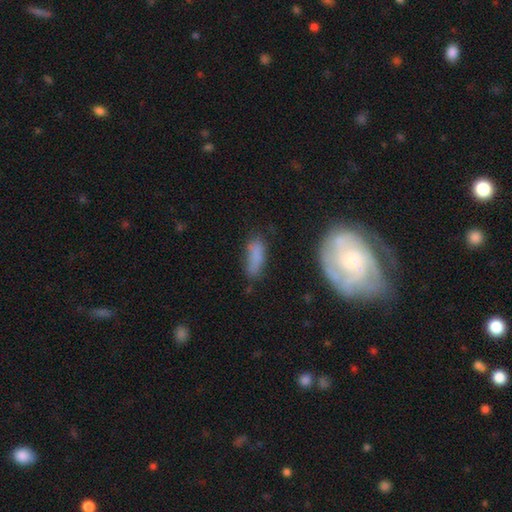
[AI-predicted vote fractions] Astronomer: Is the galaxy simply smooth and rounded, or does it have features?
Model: smooth — 74%.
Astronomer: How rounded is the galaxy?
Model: in between — 61%.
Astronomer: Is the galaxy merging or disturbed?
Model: none — 55%.